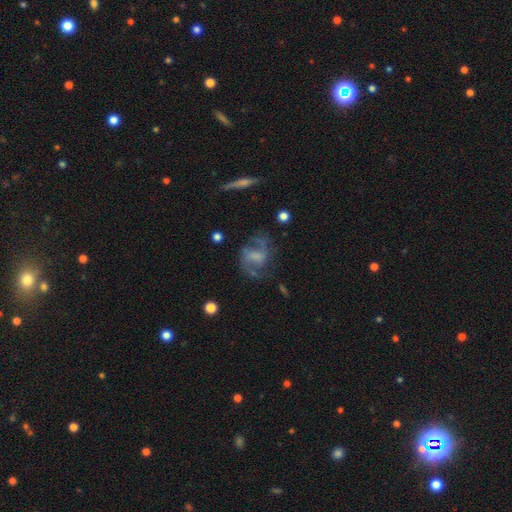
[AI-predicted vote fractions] This is likely a featured or disk galaxy (72%). It is clearly not viewed edge-on (97%). Bar: marginally weak (44%). Spiral arm pattern: clearly yes (87%). Spiral arm count: likely 2 (78%). Spiral winding: possibly medium (49%). Central bulge: marginally none (45%). Merging: possibly none (58%).